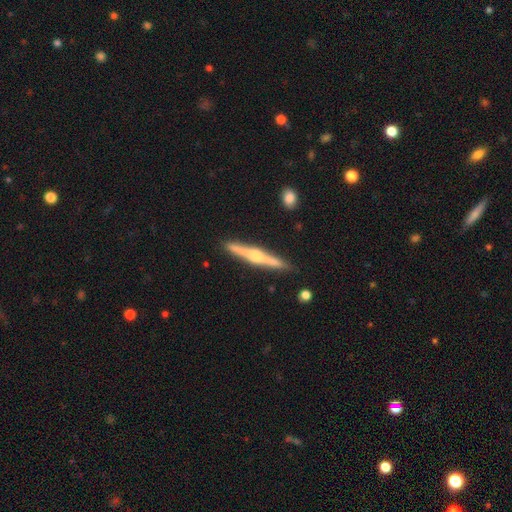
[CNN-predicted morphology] Smooth or featured? Predicted: featured or disk (p=0.77). Edge-on disk? Predicted: yes (p=0.98). Edge-on bulge? Predicted: rounded (p=0.89). Merging? Predicted: none (p=0.90).